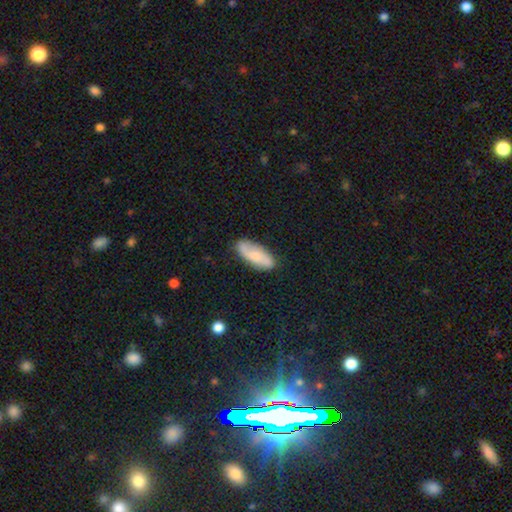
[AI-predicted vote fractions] Q: Smooth or featured?
A: smooth (63%); runner-up: featured or disk (31%)
Q: How rounded?
A: in between (74%); runner-up: cigar-shaped (24%)
Q: Merging?
A: none (81%); runner-up: minor disturbance (15%)